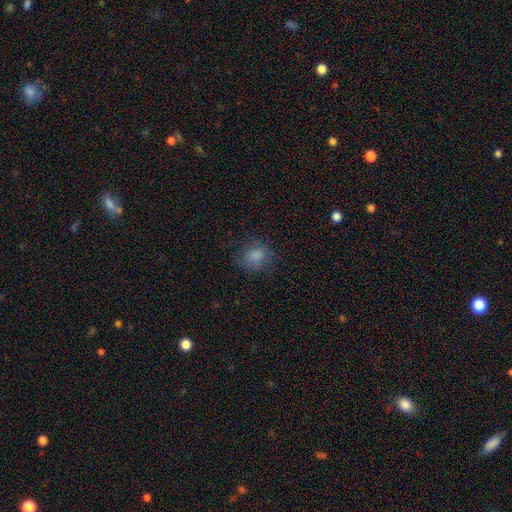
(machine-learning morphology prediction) smooth-or-featured: smooth: 80% | star or artifact: 11% | featured or disk: 10%
  how-rounded: round: 76% | in between: 23% | cigar-shaped: 1%
  merging: none: 73% | minor disturbance: 17% | major disturbance: 9% | merger: 1%